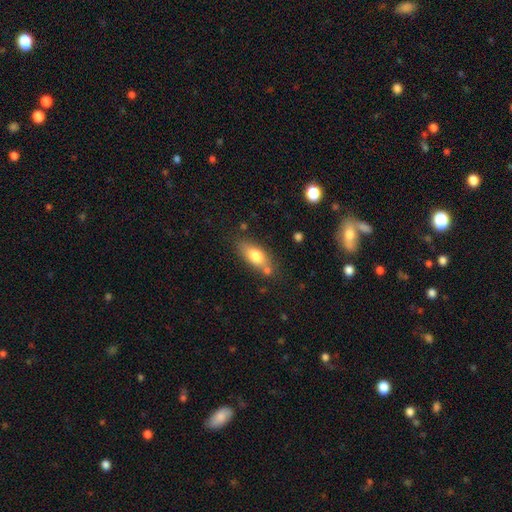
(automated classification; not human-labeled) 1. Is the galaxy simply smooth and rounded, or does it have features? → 74% smooth, 18% featured or disk, 7% star or artifact.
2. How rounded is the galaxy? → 77% in between, 18% cigar-shaped, 5% round.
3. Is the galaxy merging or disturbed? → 68% none, 17% minor disturbance, 11% merger, 4% major disturbance.